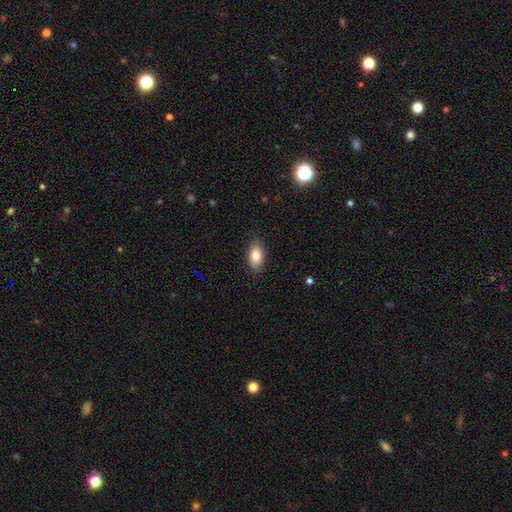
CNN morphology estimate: smooth 84%, featured or disk 9%, star or artifact 7%. Down the decision tree: how rounded — in between (90%); merging — none (85%).